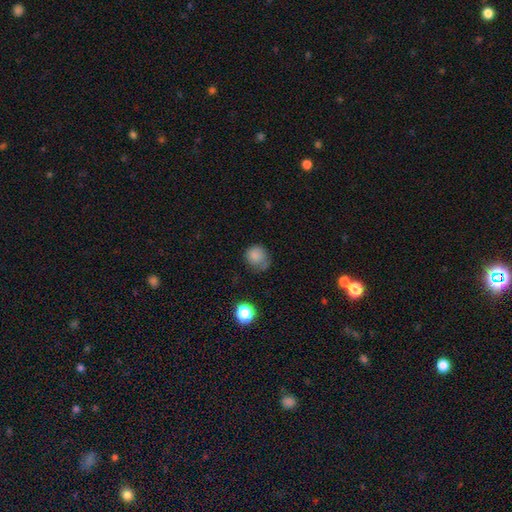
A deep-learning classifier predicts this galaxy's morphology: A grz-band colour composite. It shows a smooth galaxy with no disk features (81%) that is round (81%). Merging: none (52%).